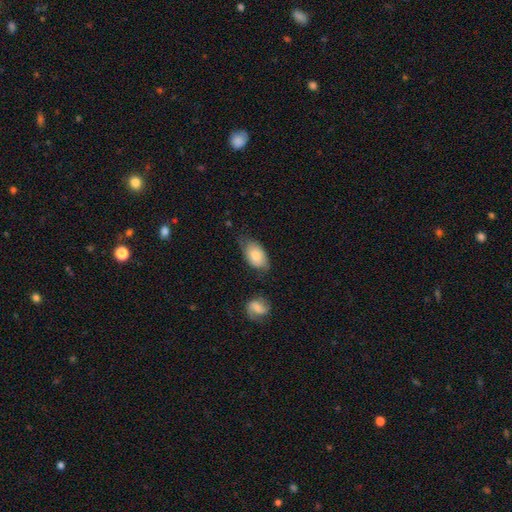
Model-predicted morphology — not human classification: Overall: smooth (75%). How rounded: in between (92%). Merging: none (55%; minor disturbance 30%).